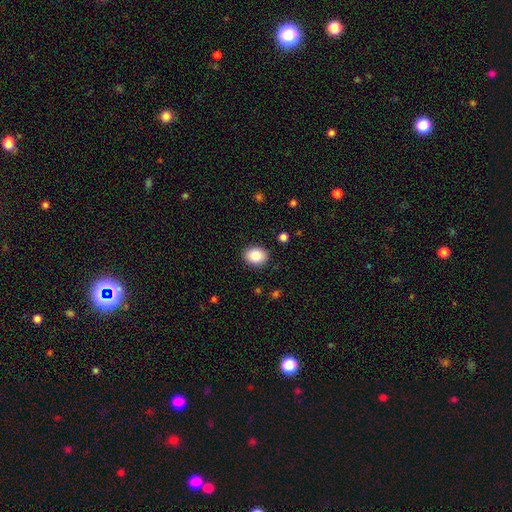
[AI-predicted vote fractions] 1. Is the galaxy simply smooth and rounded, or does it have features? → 86% smooth, 8% star or artifact, 6% featured or disk.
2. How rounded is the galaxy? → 59% in between, 40% round, 1% cigar-shaped.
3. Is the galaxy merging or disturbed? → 89% none, 8% minor disturbance, 2% major disturbance, 1% merger.